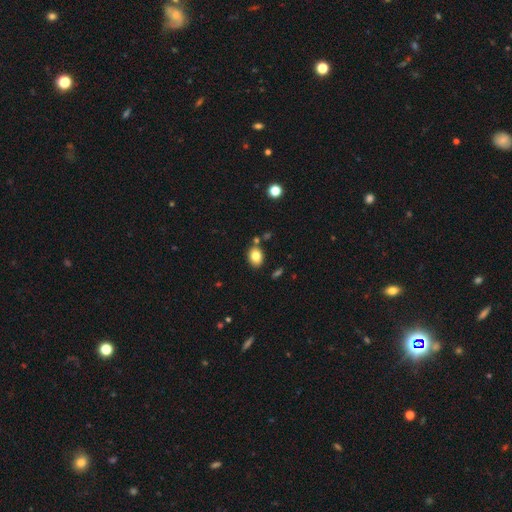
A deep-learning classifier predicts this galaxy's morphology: smooth_or_featured: smooth (p=0.82) [alt: star or artifact p=0.09]
how_rounded: in between (p=0.69) [alt: round p=0.30]
merging: none (p=0.77) [alt: minor disturbance p=0.12]